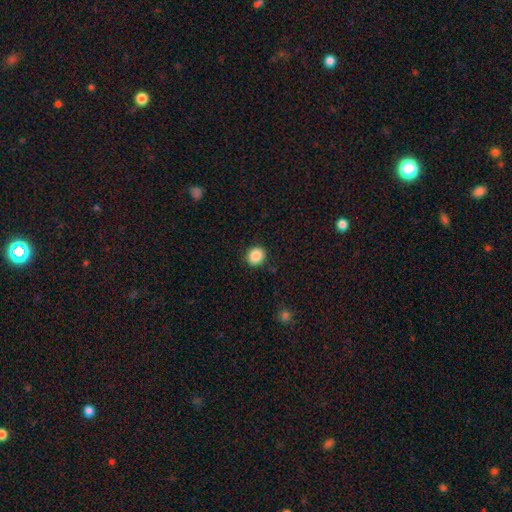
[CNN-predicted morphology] Smooth or featured: smooth — 88% (star or artifact — 9%)
How rounded: round — 75% (in between — 24%)
Merging: none — 89% (minor disturbance — 7%)